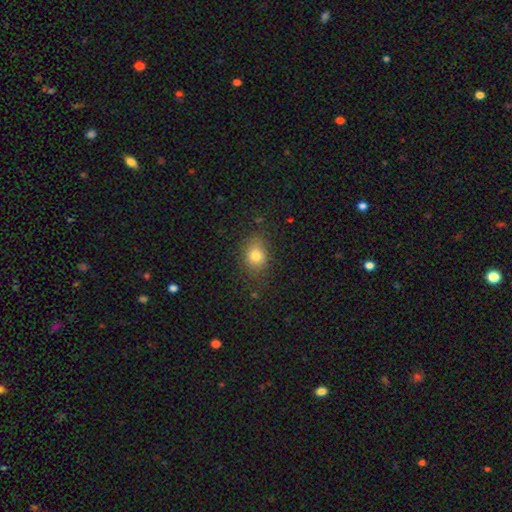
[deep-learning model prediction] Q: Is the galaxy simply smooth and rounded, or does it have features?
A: smooth — 80%.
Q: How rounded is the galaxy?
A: in between — 51%.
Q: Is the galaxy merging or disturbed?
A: none — 79%.